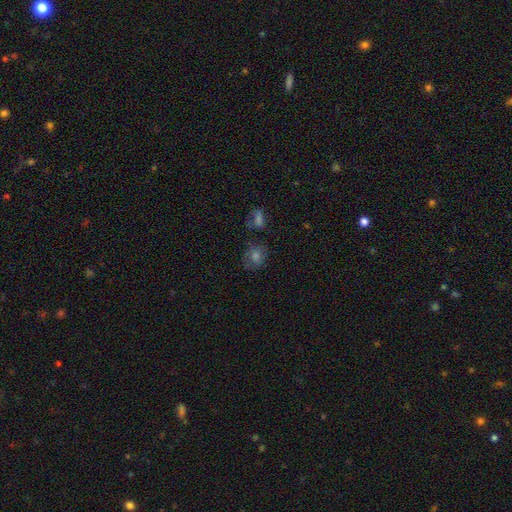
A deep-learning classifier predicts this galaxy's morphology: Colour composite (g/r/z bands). It shows a smooth galaxy with no disk features (56%) that is round (62%). Merging: none (67%).